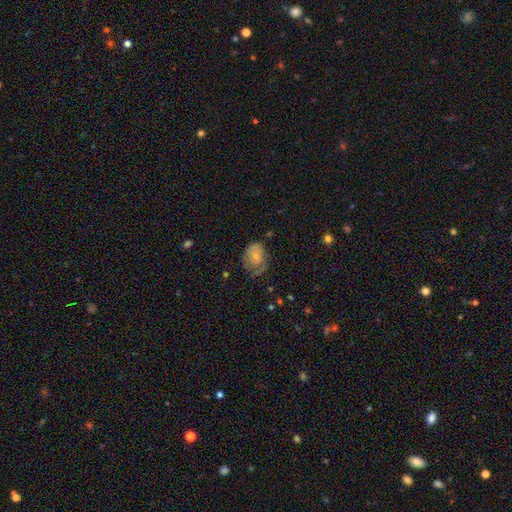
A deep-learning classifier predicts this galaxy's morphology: smooth 61%, featured or disk 31%, star or artifact 8%. Down the decision tree: how rounded — in between (64%); merging — none (39%).